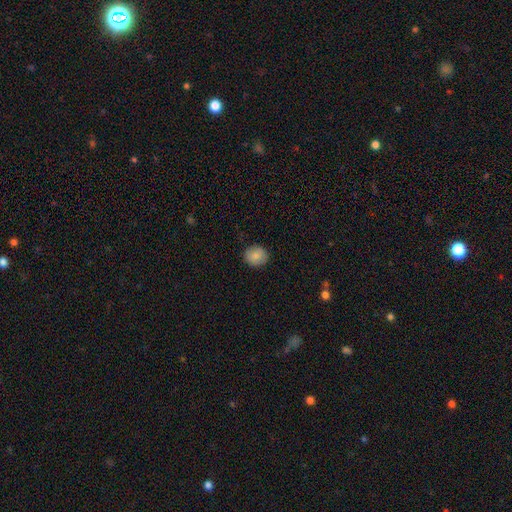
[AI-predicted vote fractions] The model was most divided on "how rounded": round: 80%, in between: 19%, cigar-shaped: 1%. More confident: merging — none (89%); smooth or featured — smooth (86%).